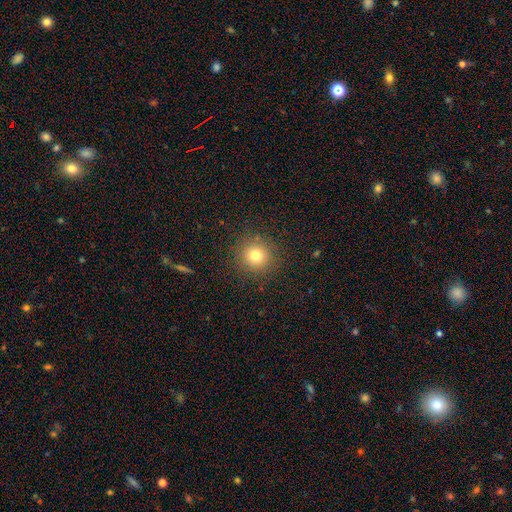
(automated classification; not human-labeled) A smooth galaxy with no disk features (77%) that is round (93%).

Vote fractions:
- Smooth or featured? smooth: 77% / star or artifact: 15% / featured or disk: 9%
- How rounded? round: 93% / in between: 6% / cigar-shaped: 1%
- Merging? none: 89% / minor disturbance: 7% / major disturbance: 3% / merger: 1%